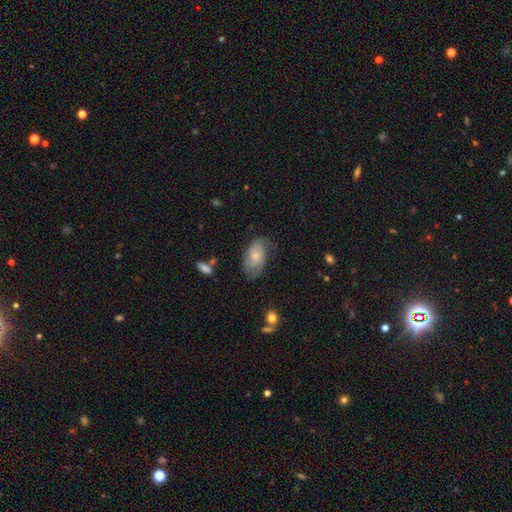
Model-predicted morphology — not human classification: Overall: featured or disk (57%; smooth 37%). Edge-on disk: no (95%). Bar: no (73%). Spiral arms: yes (85%). Bulge size: small (52%; moderate 38%). Merging: none (61%; minor disturbance 26%).